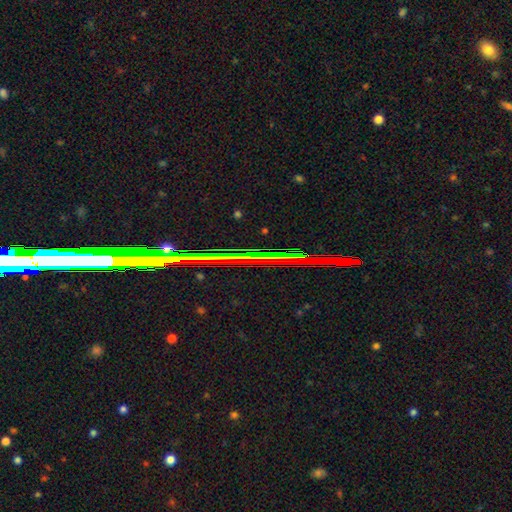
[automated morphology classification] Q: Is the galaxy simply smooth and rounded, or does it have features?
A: star or artifact — 75%.